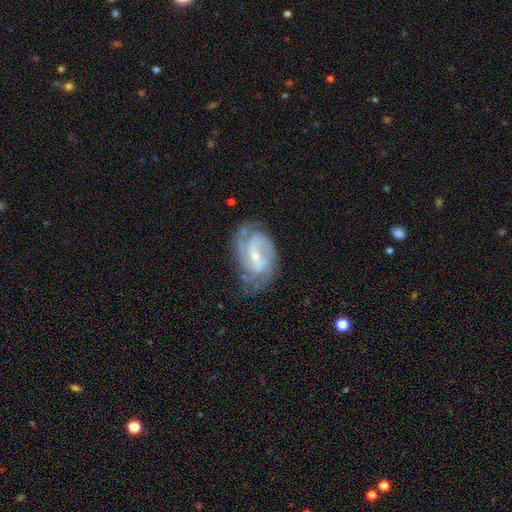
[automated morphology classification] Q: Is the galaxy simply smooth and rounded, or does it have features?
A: featured or disk — 83%.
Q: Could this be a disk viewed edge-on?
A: no — 97%.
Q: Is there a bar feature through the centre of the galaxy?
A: weak — 54%.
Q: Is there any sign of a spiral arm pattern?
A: yes — 94%.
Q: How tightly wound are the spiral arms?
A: medium — 46%.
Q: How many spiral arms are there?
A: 2 — 56%.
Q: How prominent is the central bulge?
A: small — 65%.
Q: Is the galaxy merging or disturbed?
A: none — 61%.